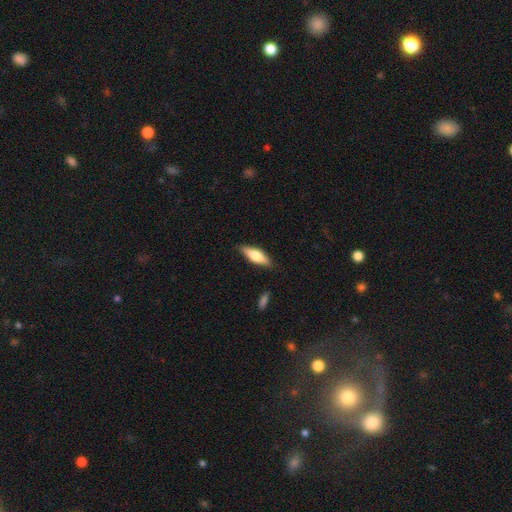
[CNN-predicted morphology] smooth-or-featured: smooth: 62% | featured or disk: 32% | star or artifact: 6%
  how-rounded: in between: 55% | cigar-shaped: 43% | round: 2%
  merging: none: 83% | minor disturbance: 12% | major disturbance: 3% | merger: 2%